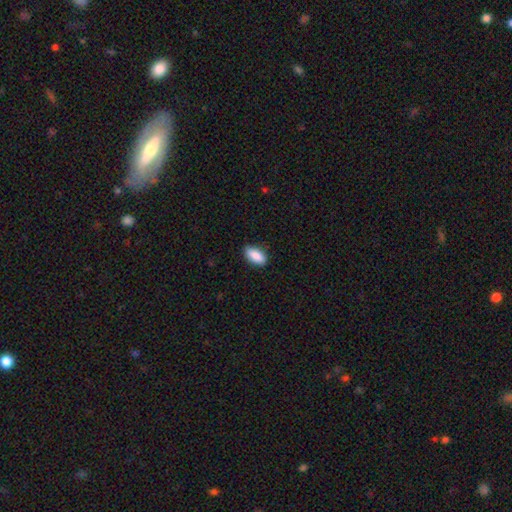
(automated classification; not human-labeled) smooth_or_featured: smooth (p=0.89) [alt: star or artifact p=0.06]
how_rounded: in between (p=0.91) [alt: cigar-shaped p=0.07]
merging: none (p=0.87) [alt: minor disturbance p=0.10]